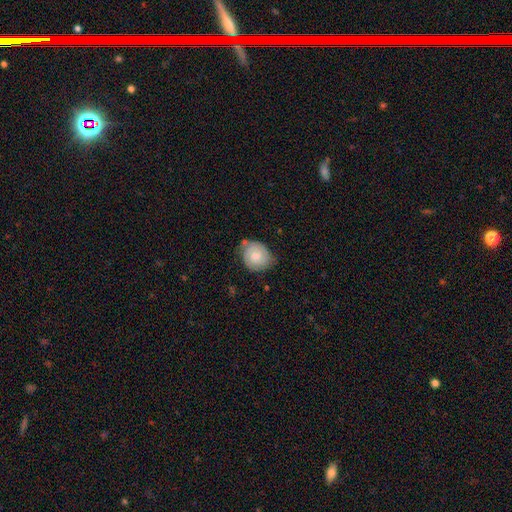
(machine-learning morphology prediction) Smooth or featured: smooth — 55% (featured or disk — 38%)
How rounded: round — 67% (in between — 32%)
Merging: none — 65% (minor disturbance — 26%)